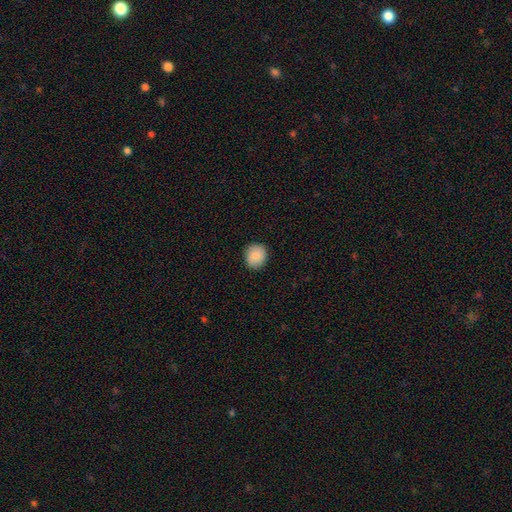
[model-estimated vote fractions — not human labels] A smooth galaxy with no disk features (87%) that is round (80%). Merging: none (90%).